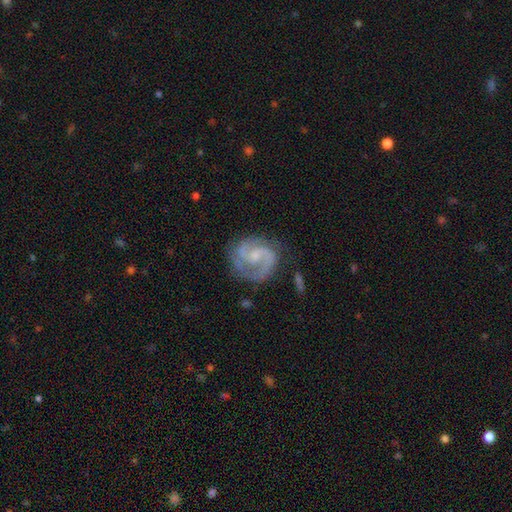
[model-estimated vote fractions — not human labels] A featured or disk galaxy (87%) with a weak bar (47%), 2 (85%) medium (53%) spiral arms (97%) and a small central bulge (49%). Merging: none (71%).